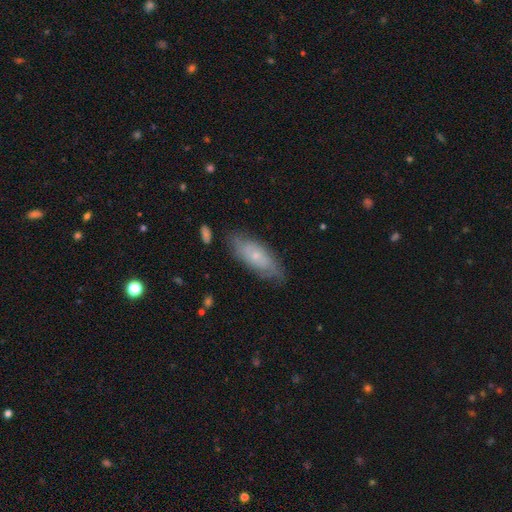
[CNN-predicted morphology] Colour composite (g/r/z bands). It shows a featured or disk galaxy (51%). Merging: none (72%).